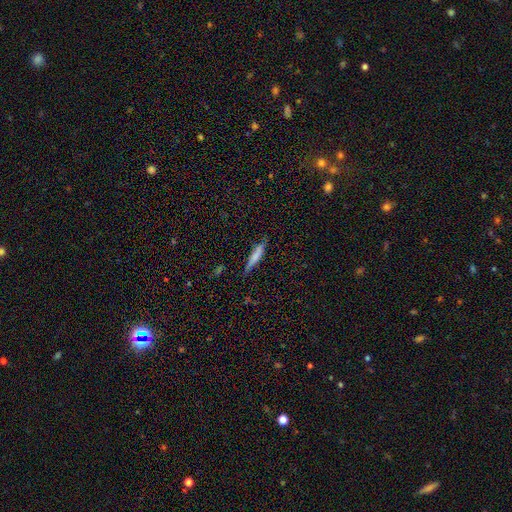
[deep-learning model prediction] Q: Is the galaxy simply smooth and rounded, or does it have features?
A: smooth — 69%.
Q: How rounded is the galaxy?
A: cigar-shaped — 87%.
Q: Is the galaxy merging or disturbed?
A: none — 78%.